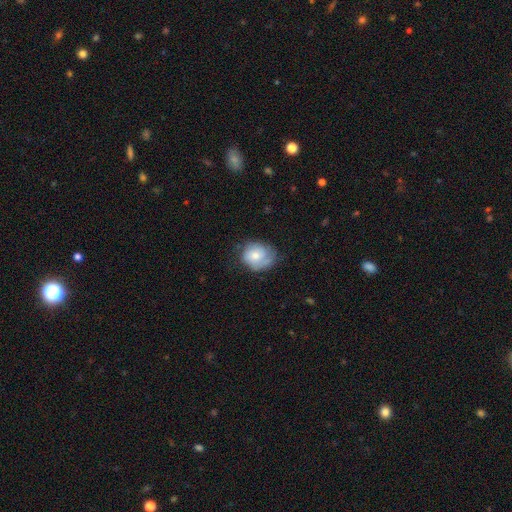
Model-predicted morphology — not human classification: Smooth or featured? smooth (54%)
How rounded? round (62%)
Merging? none (58%)